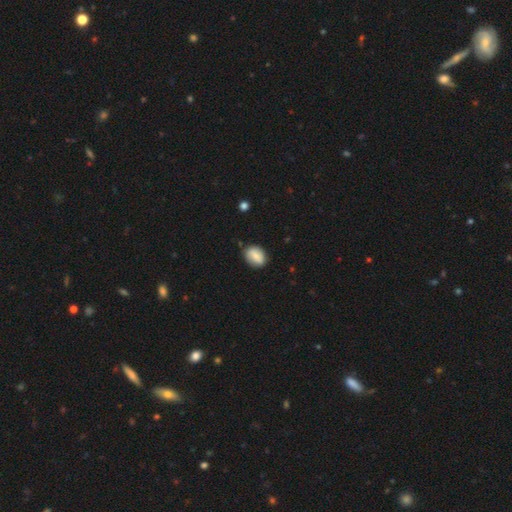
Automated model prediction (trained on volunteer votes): Overall: smooth (73%). How rounded: in between (68%; round 30%). Merging: none (80%).